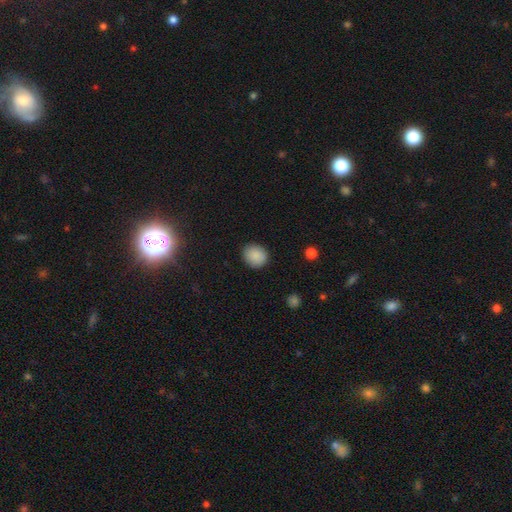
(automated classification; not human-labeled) The model was most divided on "how rounded": round: 80%, in between: 19%, cigar-shaped: 1%. More confident: merging — none (89%); smooth or featured — smooth (89%).